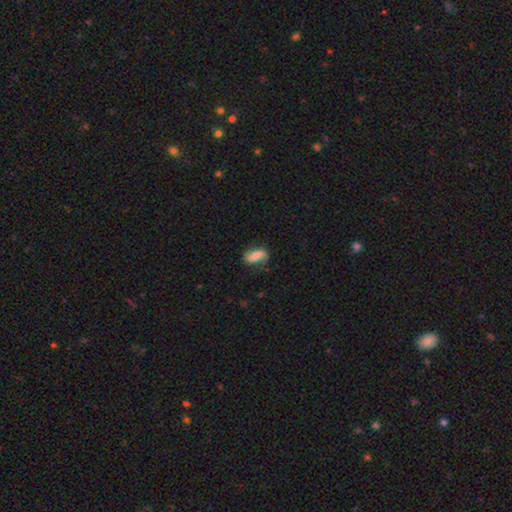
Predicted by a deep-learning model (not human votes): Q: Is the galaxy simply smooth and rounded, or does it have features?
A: smooth — 57%.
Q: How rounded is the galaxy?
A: in between — 84%.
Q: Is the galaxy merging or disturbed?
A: none — 72%.